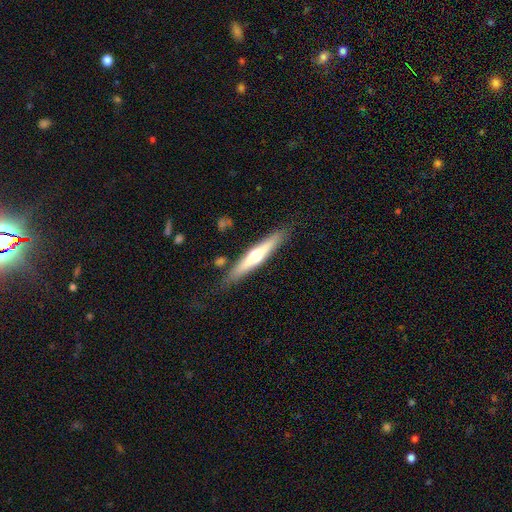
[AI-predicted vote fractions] Morphology: type=featured or disk (57%); edge-on=yes (95%); edge-on bulge=rounded (88%); merging=none (85%).